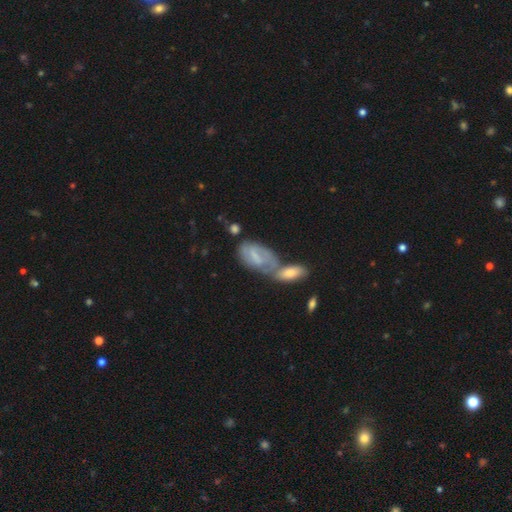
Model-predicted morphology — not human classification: type=featured or disk (52%); edge-on=no (92%); merging=merger (47%).